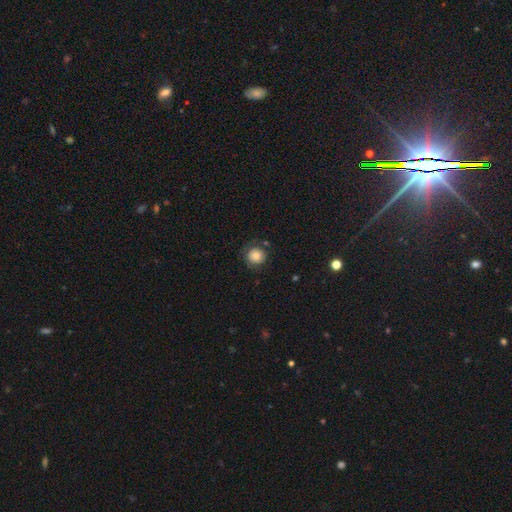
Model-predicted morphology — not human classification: The model was most divided on "merging": none: 78%, minor disturbance: 14%, major disturbance: 6%, merger: 2%. More confident: how rounded — round (91%); smooth or featured — smooth (79%).